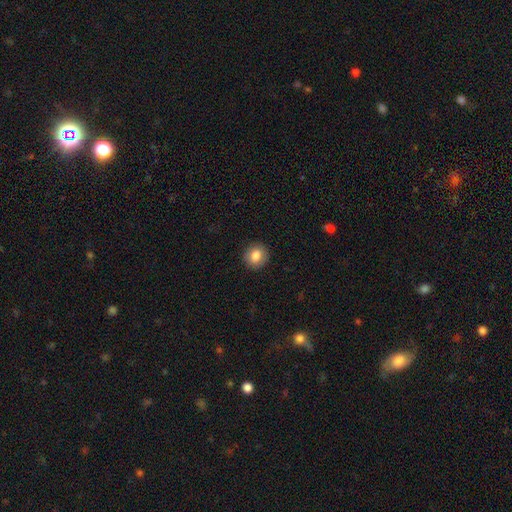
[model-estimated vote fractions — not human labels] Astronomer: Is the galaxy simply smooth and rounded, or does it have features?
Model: smooth — 83%.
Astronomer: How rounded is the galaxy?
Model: round — 84%.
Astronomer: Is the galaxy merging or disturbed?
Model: none — 90%.